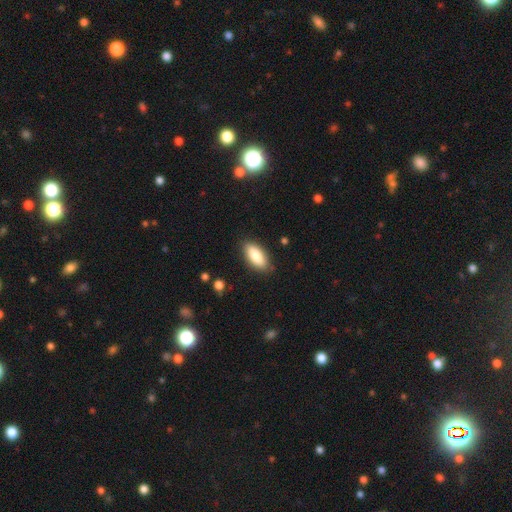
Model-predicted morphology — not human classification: Smooth or featured? Predicted: smooth (p=0.82). How rounded? Predicted: in between (p=0.85). Merging? Predicted: none (p=0.85).